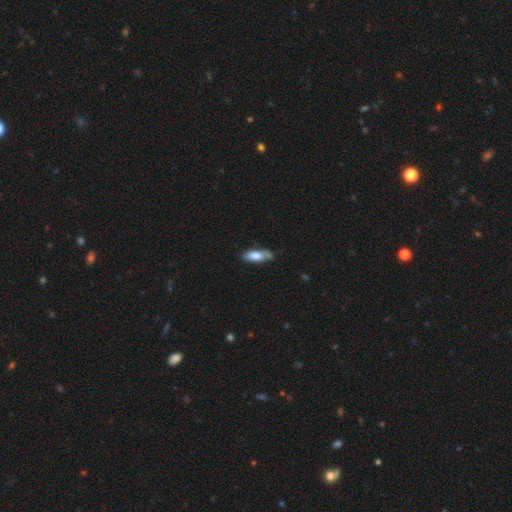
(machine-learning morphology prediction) This appears to be a smooth galaxy with no disk features (75%) that is in between round and cigar-shaped (67%). Merging: none (57%).